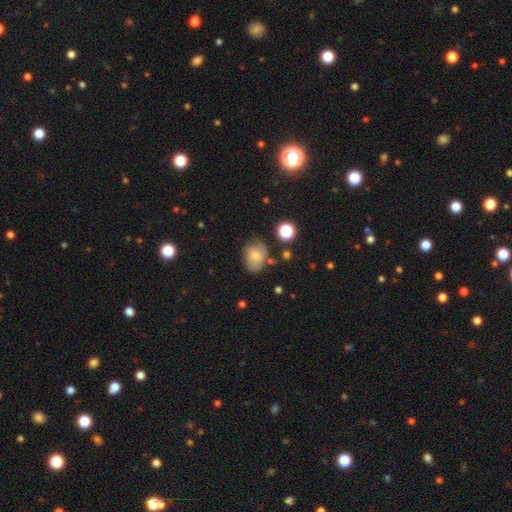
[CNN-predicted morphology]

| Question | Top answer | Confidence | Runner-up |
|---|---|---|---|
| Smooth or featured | smooth | 62% | featured or disk (26%) |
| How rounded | in between | 61% | round (38%) |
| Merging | none | 59% | minor disturbance (27%) |